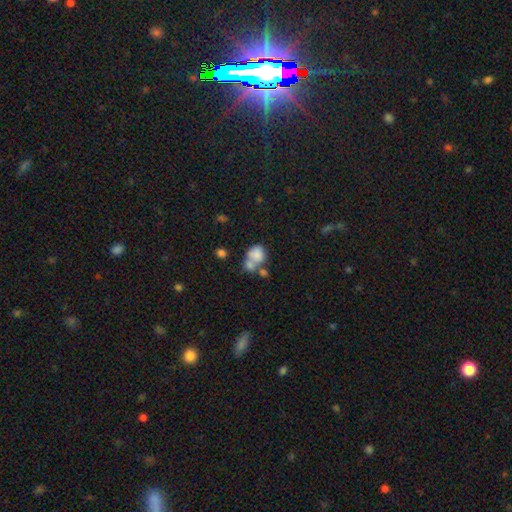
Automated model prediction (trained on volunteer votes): This appears to be a smooth galaxy with no disk features (74%) that is in between round and cigar-shaped (49%, tied with round). Merging: merger (56%).